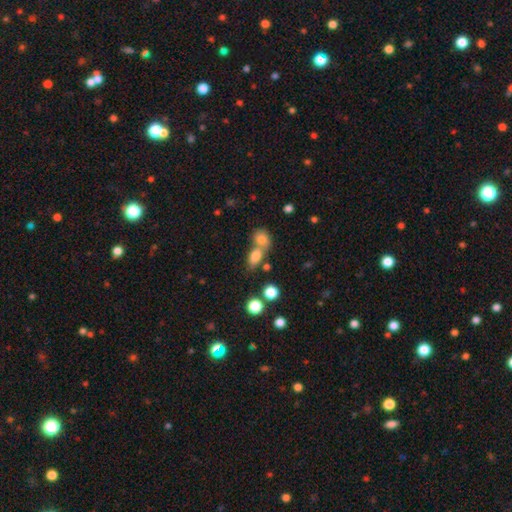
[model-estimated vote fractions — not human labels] Smooth or featured? smooth (77%)
How rounded? in between (76%)
Merging? merger (48%)